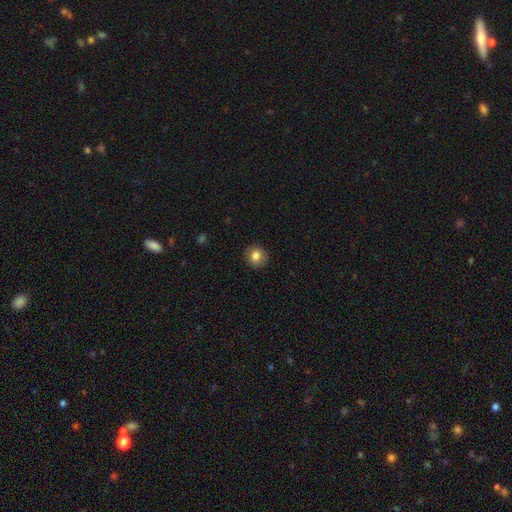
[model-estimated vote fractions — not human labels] smooth 82%, star or artifact 10%, featured or disk 9%. Down the decision tree: how rounded — round (89%); merging — none (89%).